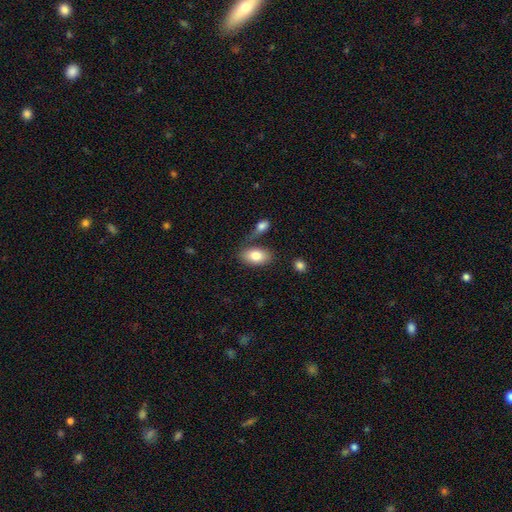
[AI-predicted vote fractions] A smooth galaxy with no disk features (81%) that is in between round and cigar-shaped (91%). Merging: none (61%).